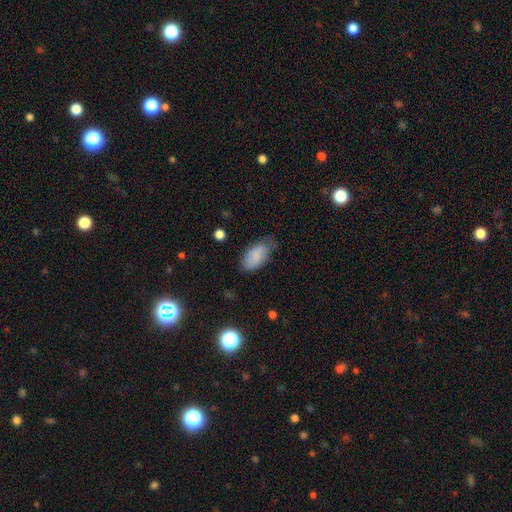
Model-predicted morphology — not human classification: Q: Smooth or featured?
A: smooth (84%); runner-up: featured or disk (9%)
Q: How rounded?
A: in between (94%); runner-up: round (3%)
Q: Merging?
A: none (59%); runner-up: minor disturbance (31%)